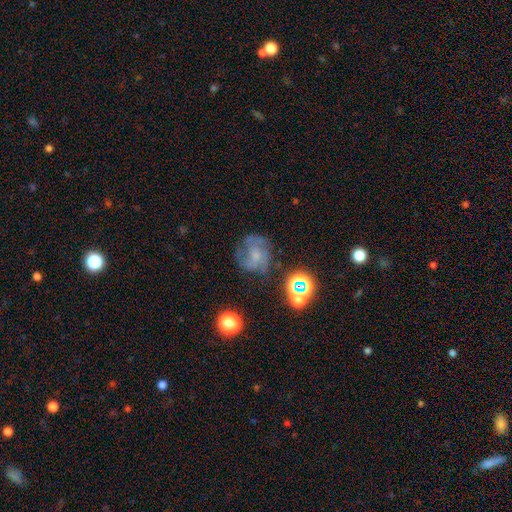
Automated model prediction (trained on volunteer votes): A featured or disk galaxy (53%) with no bar (75%), spiral arms (73%) and a small central bulge (35%).

Vote fractions:
- Smooth or featured? featured or disk: 53% / smooth: 29% / star or artifact: 19%
- Edge-on disk? no: 97% / yes: 3%
- Bar? no: 75% / weak: 21% / strong: 4%
- Spiral arms? yes: 73% / no: 27%
- Bulge size? small: 35% / moderate: 30% / none: 28% / large: 5% / dominant: 2%
- Merging? none: 56% / minor disturbance: 21% / major disturbance: 18% / merger: 4%